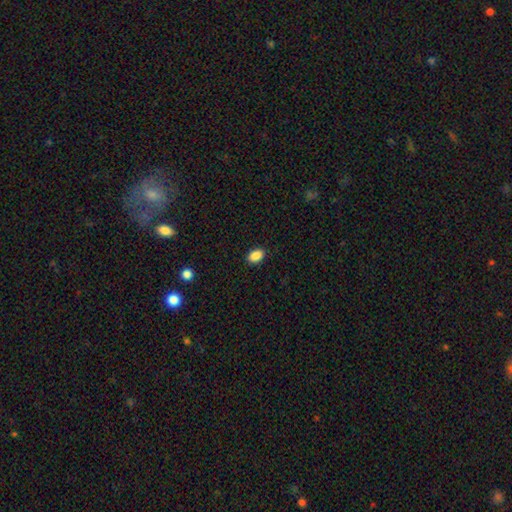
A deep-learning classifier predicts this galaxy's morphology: This appears to be a smooth galaxy with no disk features (89%) that is in between round and cigar-shaped (86%). Merging: none (90%).